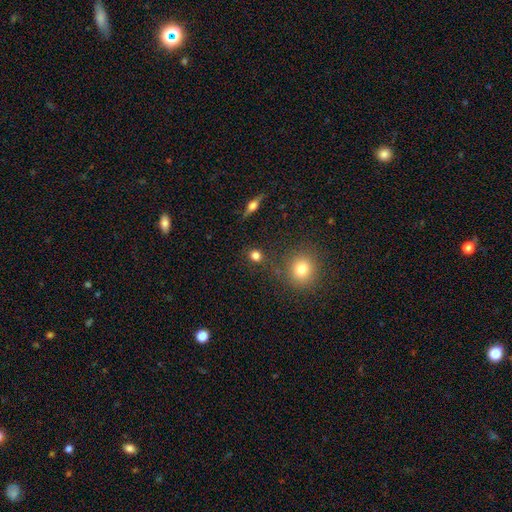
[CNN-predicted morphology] Q: Smooth or featured?
A: smooth (81%); runner-up: star or artifact (13%)
Q: How rounded?
A: round (82%); runner-up: in between (16%)
Q: Merging?
A: none (82%); runner-up: minor disturbance (9%)